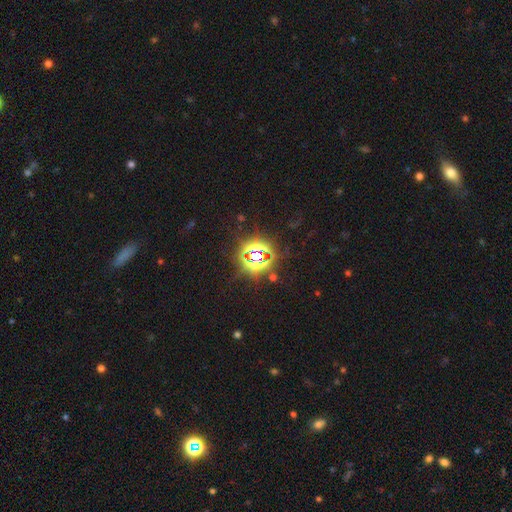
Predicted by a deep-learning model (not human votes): smooth_or_featured: star or artifact (p=0.81) [alt: smooth p=0.11]